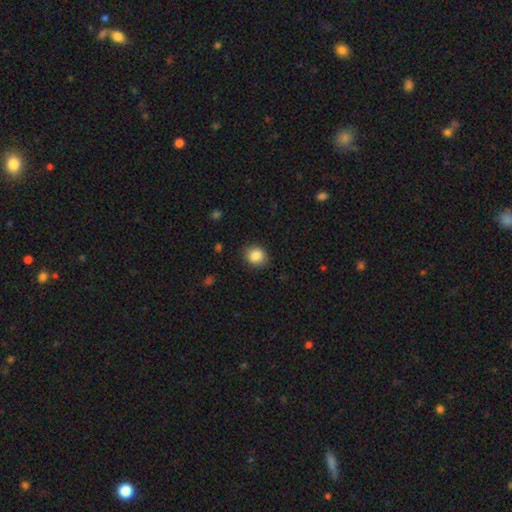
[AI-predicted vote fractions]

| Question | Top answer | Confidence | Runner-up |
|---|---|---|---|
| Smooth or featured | smooth | 86% | star or artifact (9%) |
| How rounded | round | 70% | in between (29%) |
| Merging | none | 88% | minor disturbance (9%) |